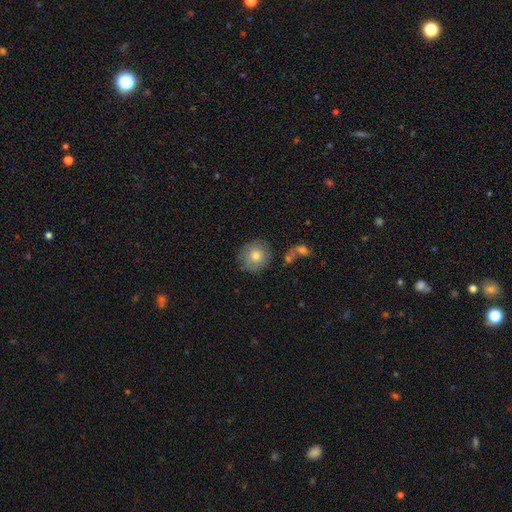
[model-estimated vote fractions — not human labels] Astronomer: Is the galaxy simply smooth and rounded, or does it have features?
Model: smooth — 76%.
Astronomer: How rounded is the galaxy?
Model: round — 91%.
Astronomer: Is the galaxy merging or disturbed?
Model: none — 78%.